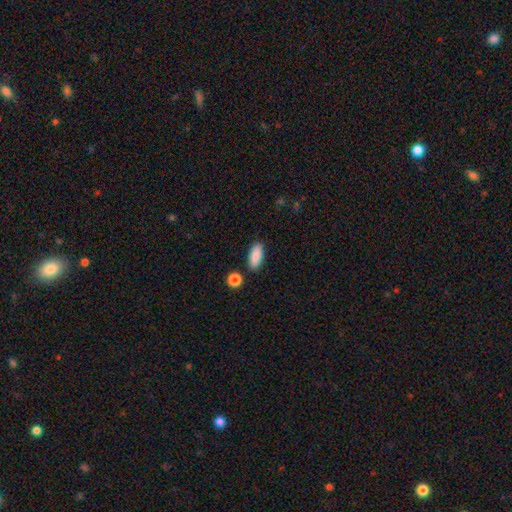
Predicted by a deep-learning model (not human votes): smooth_or_featured: smooth (p=0.87) [alt: star or artifact p=0.07]
how_rounded: in between (p=0.80) [alt: cigar-shaped p=0.17]
merging: none (p=0.85) [alt: minor disturbance p=0.09]